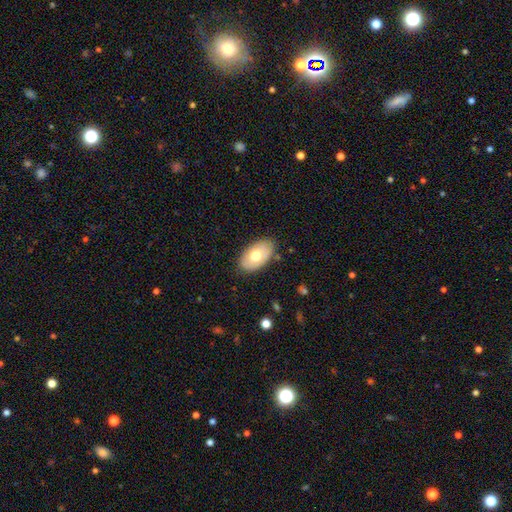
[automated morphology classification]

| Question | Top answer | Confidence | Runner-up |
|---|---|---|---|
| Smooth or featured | smooth | 65% | featured or disk (29%) |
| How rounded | in between | 93% | round (6%) |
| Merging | none | 82% | minor disturbance (14%) |